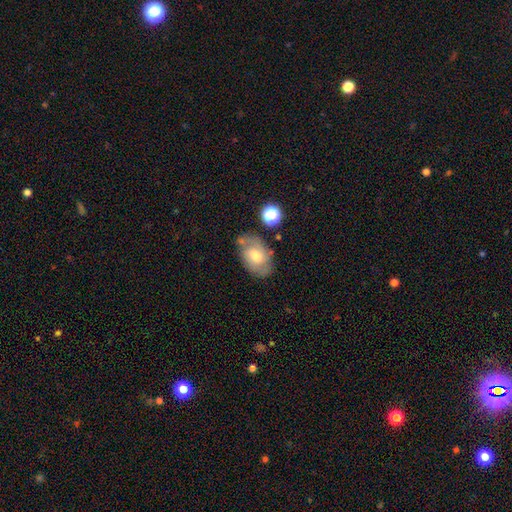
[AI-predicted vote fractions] A featured or disk galaxy (50%).

Vote fractions:
- Smooth or featured? featured or disk: 50% / smooth: 41% / star or artifact: 9%
- Merging? none: 63% / minor disturbance: 21% / merger: 8% / major disturbance: 7%